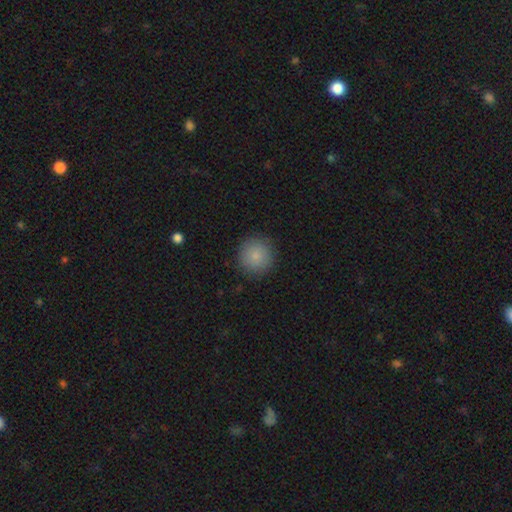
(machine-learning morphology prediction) smooth_or_featured: smooth (p=0.85) [alt: star or artifact p=0.09]
how_rounded: round (p=0.95) [alt: in between p=0.04]
merging: none (p=0.89) [alt: minor disturbance p=0.07]